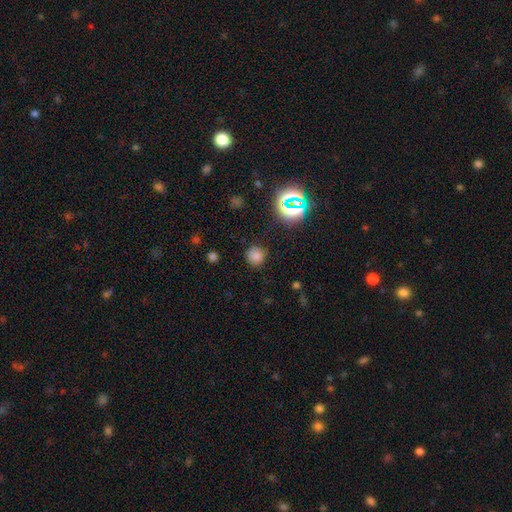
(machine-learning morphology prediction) A smooth galaxy with no disk features (73%) that is round (91%).

Vote fractions:
- Smooth or featured? smooth: 73% / star or artifact: 21% / featured or disk: 6%
- How rounded? round: 91% / in between: 8% / cigar-shaped: 1%
- Merging? none: 85% / minor disturbance: 10% / major disturbance: 3% / merger: 2%